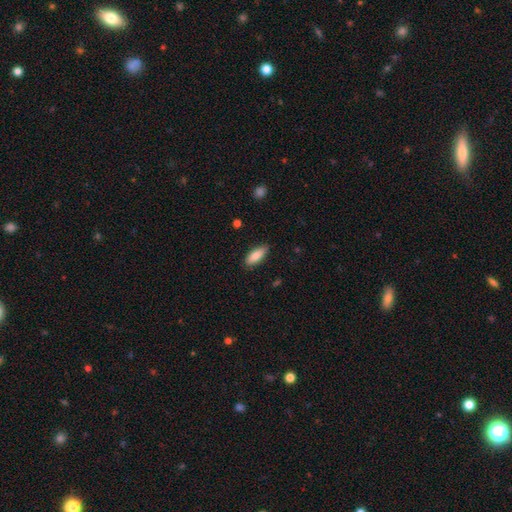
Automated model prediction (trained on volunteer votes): Smooth or featured? smooth (84%)
How rounded? in between (76%)
Merging? none (85%)